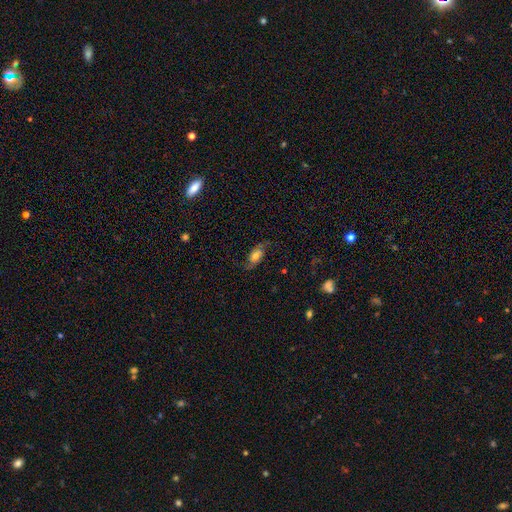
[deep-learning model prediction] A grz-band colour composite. It shows a featured or disk galaxy (59%) with no bar (62%), spiral arms (89%) and a moderate central bulge (53%). Merging: none (72%).